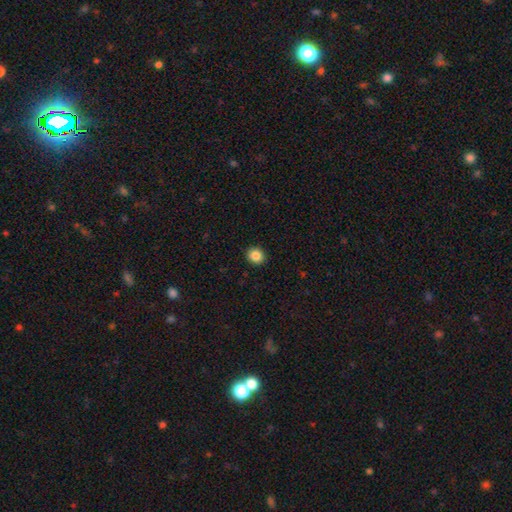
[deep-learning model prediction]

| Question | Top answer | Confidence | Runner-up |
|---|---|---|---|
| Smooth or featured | smooth | 85% | star or artifact (10%) |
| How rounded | round | 82% | in between (17%) |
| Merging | none | 92% | minor disturbance (5%) |